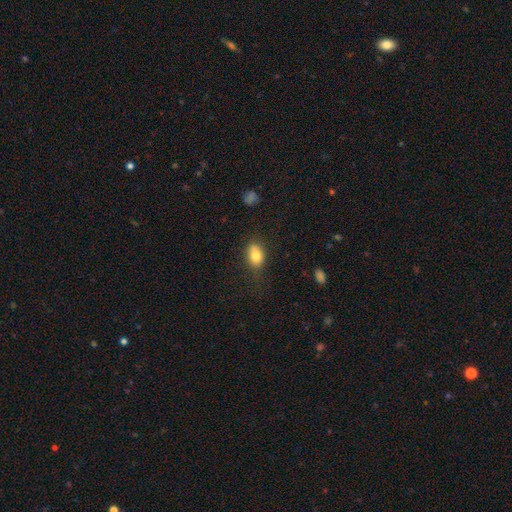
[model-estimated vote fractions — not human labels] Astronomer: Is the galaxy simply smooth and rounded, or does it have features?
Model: smooth — 79%.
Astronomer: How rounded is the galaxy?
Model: in between — 79%.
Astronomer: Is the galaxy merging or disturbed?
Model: none — 67%.